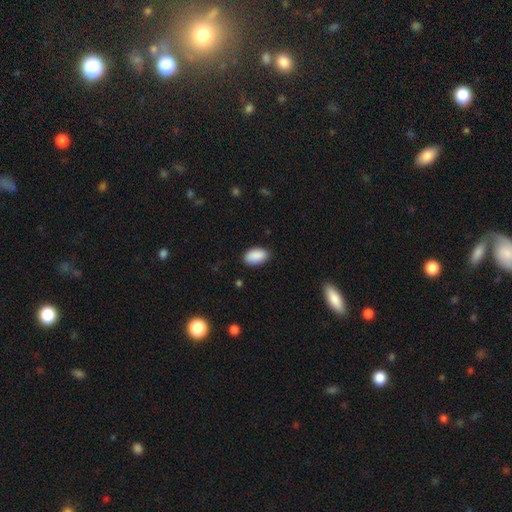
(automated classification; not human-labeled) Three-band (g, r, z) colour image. It shows a smooth galaxy with no disk features (90%) that is in between round and cigar-shaped (94%). Merging: none (86%).